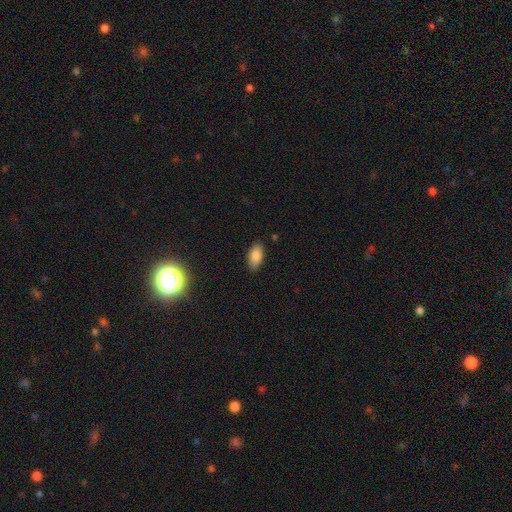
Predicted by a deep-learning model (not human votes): Smooth or featured? Predicted: smooth (p=0.85). How rounded? Predicted: in between (p=0.92). Merging? Predicted: none (p=0.85).